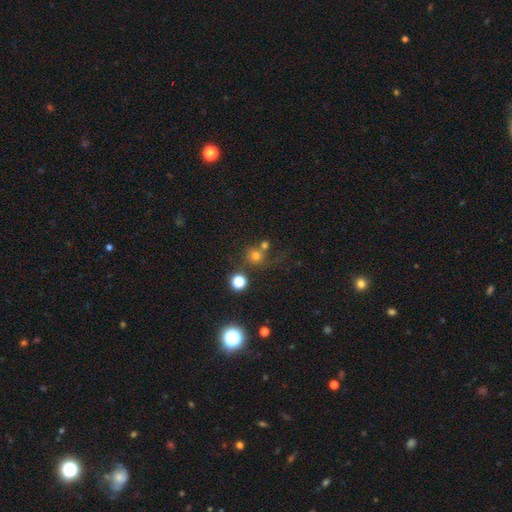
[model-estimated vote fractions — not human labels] A smooth galaxy with no disk features (69%) that is round (88%). Merging: none (59%).